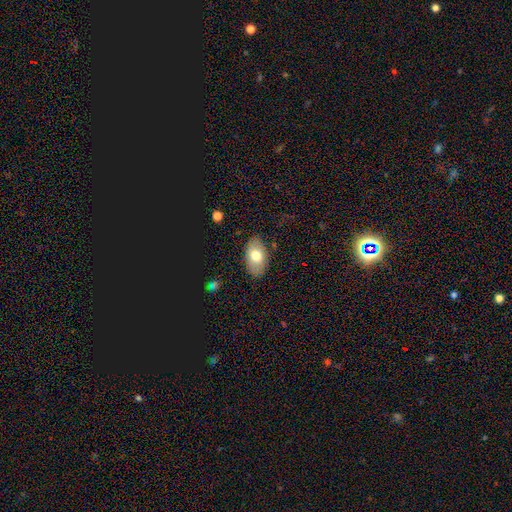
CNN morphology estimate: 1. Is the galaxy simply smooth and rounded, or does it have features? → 73% smooth, 20% featured or disk, 7% star or artifact.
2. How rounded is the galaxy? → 93% in between, 5% round, 1% cigar-shaped.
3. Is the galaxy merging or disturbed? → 85% none, 11% minor disturbance, 3% major disturbance, 1% merger.